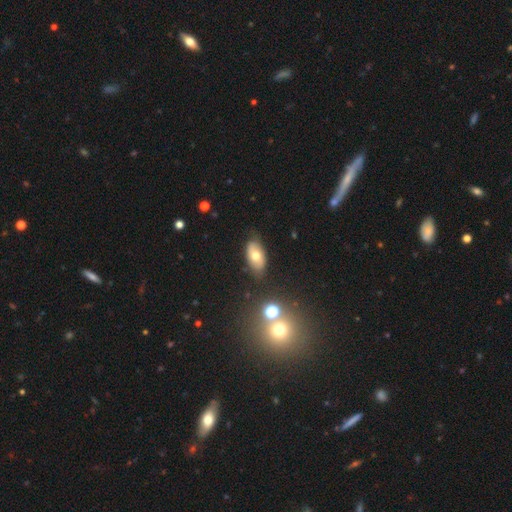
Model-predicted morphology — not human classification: type=smooth (65%); roundness=in between (92%); merging=none (81%).